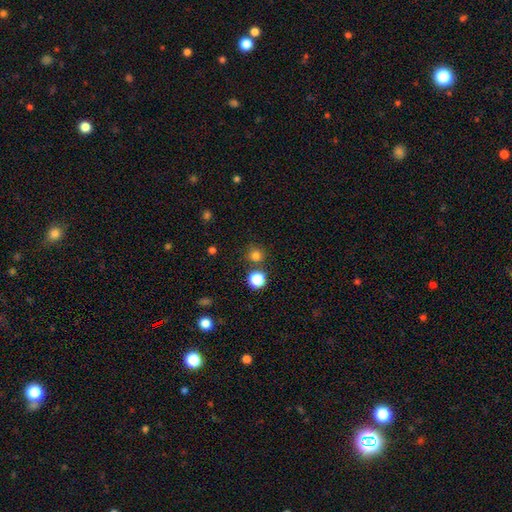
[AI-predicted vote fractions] smooth_or_featured: smooth (p=0.79) [alt: star or artifact p=0.16]
how_rounded: round (p=0.93) [alt: in between p=0.06]
merging: none (p=0.78) [alt: merger p=0.12]